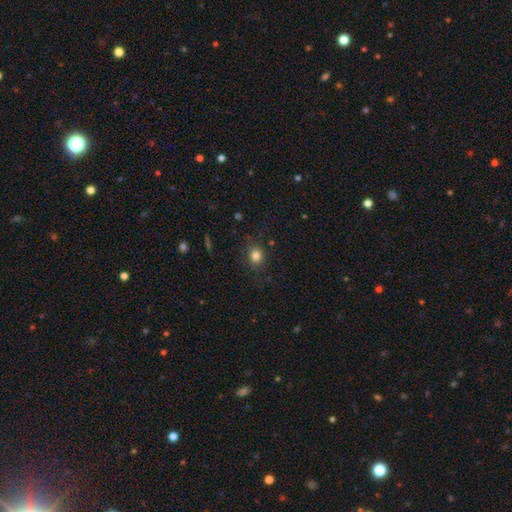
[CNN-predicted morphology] smooth_or_featured: smooth (p=0.81) [alt: star or artifact p=0.12]
how_rounded: round (p=0.62) [alt: in between p=0.37]
merging: none (p=0.82) [alt: minor disturbance p=0.13]